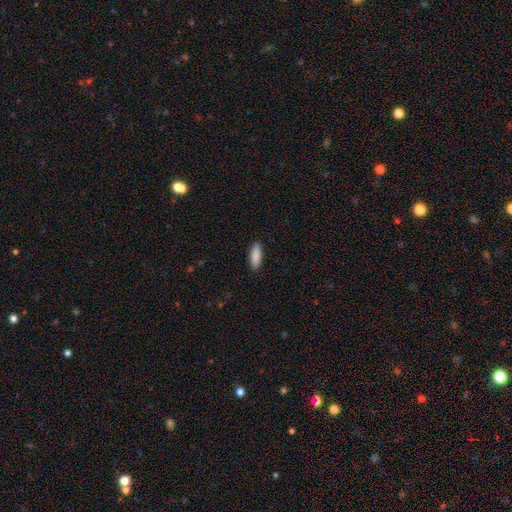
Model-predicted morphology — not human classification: smooth_or_featured: smooth (p=0.90) [alt: star or artifact p=0.06]
how_rounded: in between (p=0.61) [alt: cigar-shaped p=0.37]
merging: none (p=0.90) [alt: minor disturbance p=0.07]